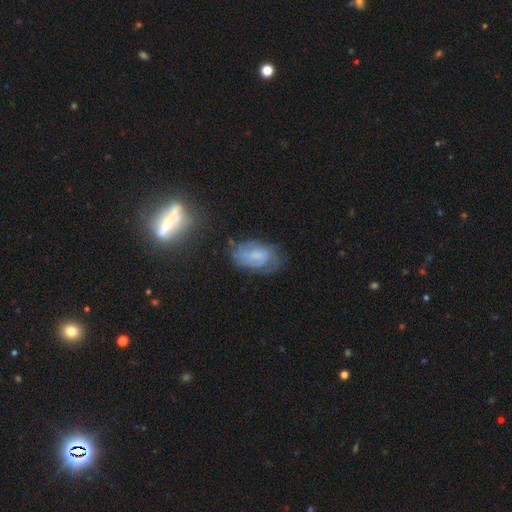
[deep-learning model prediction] A featured or disk galaxy (60%) with no bar (53%), spiral arms (80%) and no central bulge (37%). Merging: none (59%).